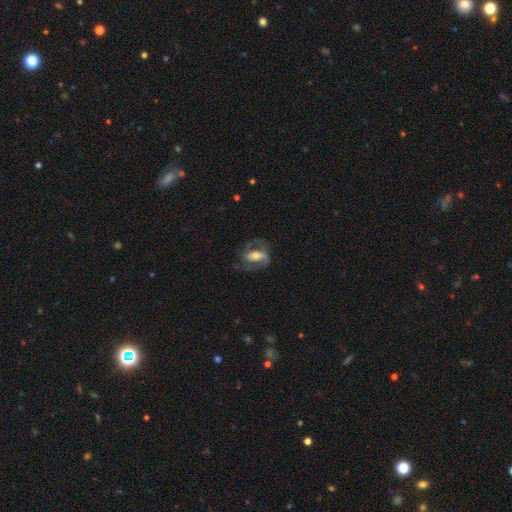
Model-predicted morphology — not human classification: type=featured or disk (75%); edge-on=no (96%); bar=strong (36%); spiral arms=yes (87%); winding=medium (52%); arm count=2 (81%); bulge=moderate (51%); merging=none (61%).